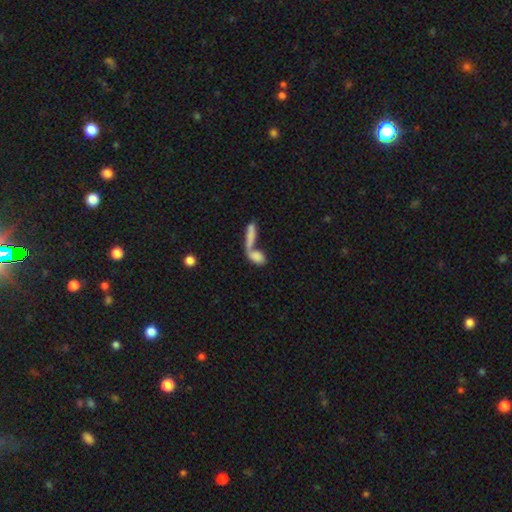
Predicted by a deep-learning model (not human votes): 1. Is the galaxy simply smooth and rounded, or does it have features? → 71% smooth, 20% featured or disk, 9% star or artifact.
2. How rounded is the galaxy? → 64% in between, 27% cigar-shaped, 9% round.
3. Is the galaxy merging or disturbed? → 65% merger, 20% none, 9% major disturbance, 7% minor disturbance.